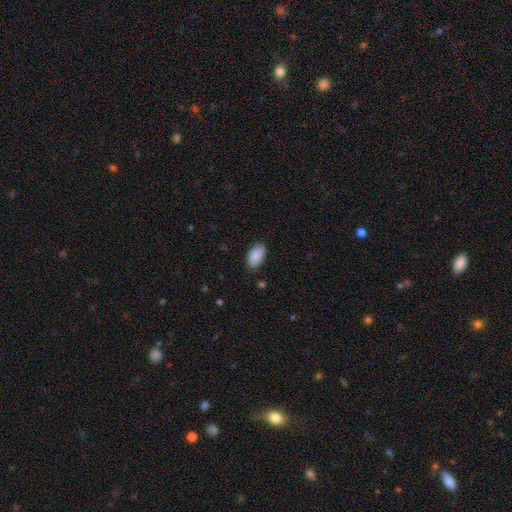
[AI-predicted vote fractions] A smooth galaxy with no disk features (89%) that is in between round and cigar-shaped (95%).

Vote fractions:
- Smooth or featured? smooth: 89% / star or artifact: 7% / featured or disk: 5%
- How rounded? in between: 95% / round: 3% / cigar-shaped: 2%
- Merging? none: 85% / minor disturbance: 12% / major disturbance: 3% / merger: 1%